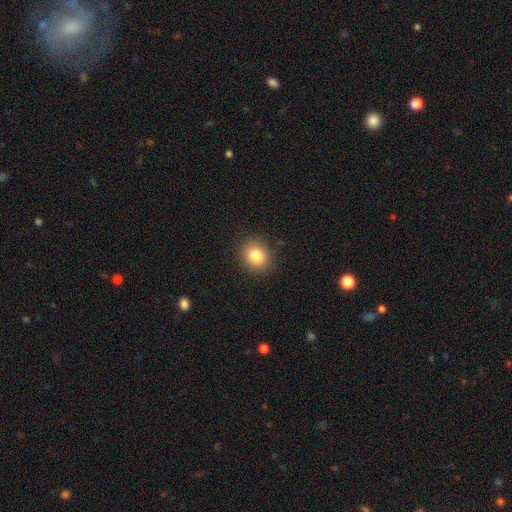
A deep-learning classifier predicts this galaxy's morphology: smooth 83%, star or artifact 10%, featured or disk 7%. Down the decision tree: how rounded — round (76%); merging — none (89%).